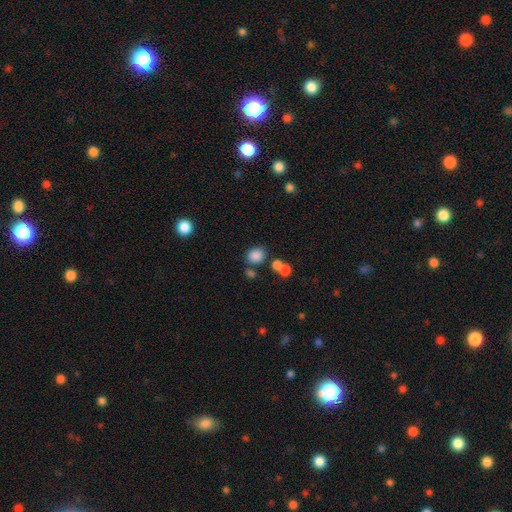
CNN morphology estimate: This is clearly a smooth galaxy (83%). How rounded: likely round (64%). Merging: likely none (68%).